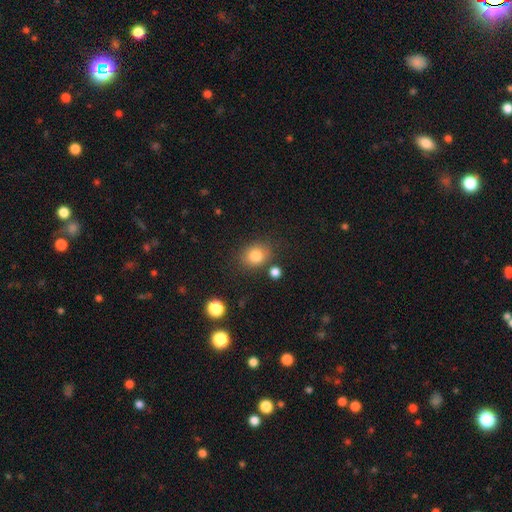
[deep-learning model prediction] Smooth or featured: smooth — 81% (star or artifact — 11%)
How rounded: round — 55% (in between — 44%)
Merging: none — 78% (minor disturbance — 13%)